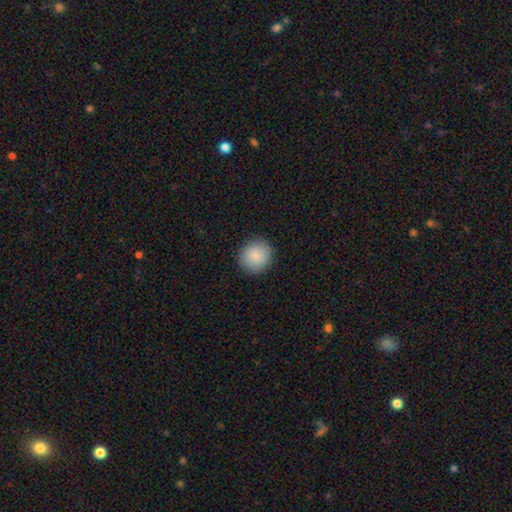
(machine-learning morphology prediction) smooth_or_featured: smooth (p=0.88) [alt: star or artifact p=0.07]
how_rounded: round (p=0.86) [alt: in between p=0.14]
merging: none (p=0.90) [alt: minor disturbance p=0.07]